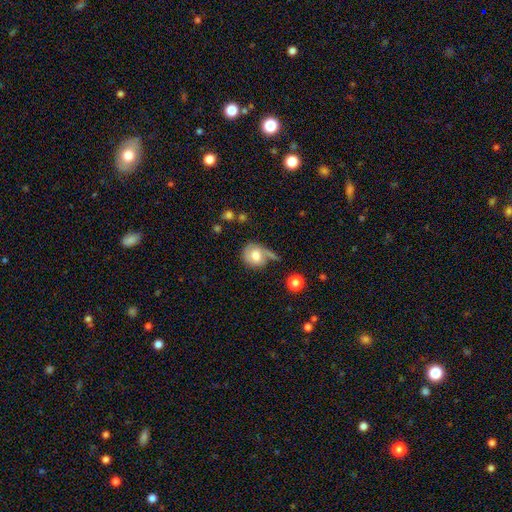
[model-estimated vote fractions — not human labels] A smooth galaxy with no disk features (55%) that is round (68%).

Vote fractions:
- Smooth or featured? smooth: 55% / featured or disk: 37% / star or artifact: 8%
- How rounded? round: 68% / in between: 31% / cigar-shaped: 1%
- Merging? none: 38% / minor disturbance: 24% / major disturbance: 21% / merger: 16%